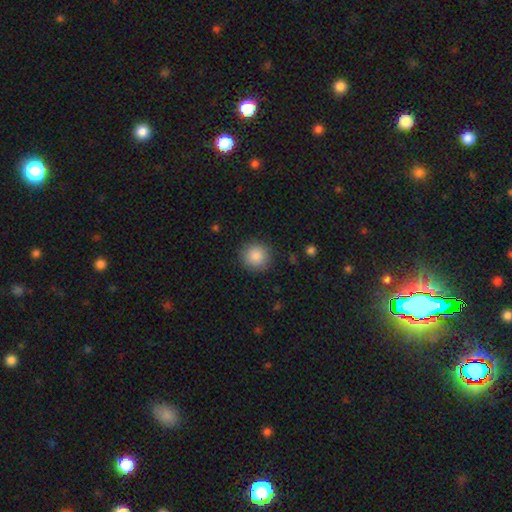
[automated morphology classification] This appears to be a smooth galaxy with no disk features (87%) that is round (93%). Merging: none (89%).